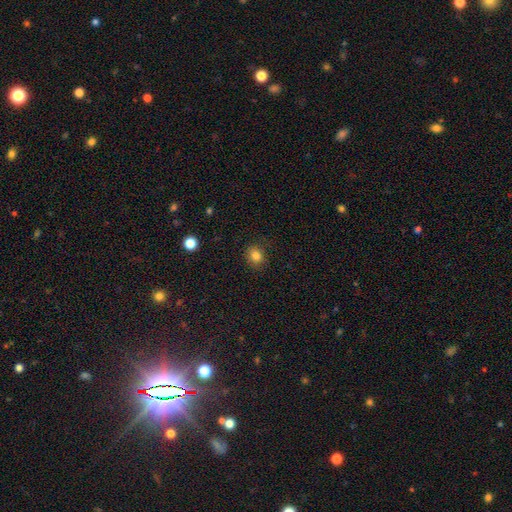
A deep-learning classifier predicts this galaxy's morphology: smooth_or_featured: smooth (p=0.82) [alt: star or artifact p=0.12]
how_rounded: round (p=0.73) [alt: in between p=0.26]
merging: none (p=0.84) [alt: minor disturbance p=0.12]